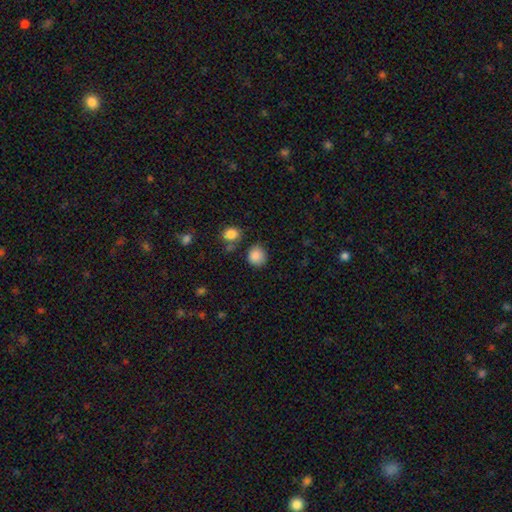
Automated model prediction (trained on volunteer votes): The model was most divided on "merging": none: 76%, minor disturbance: 14%, merger: 6%, major disturbance: 4%. More confident: smooth or featured — smooth (87%); how rounded — round (83%).